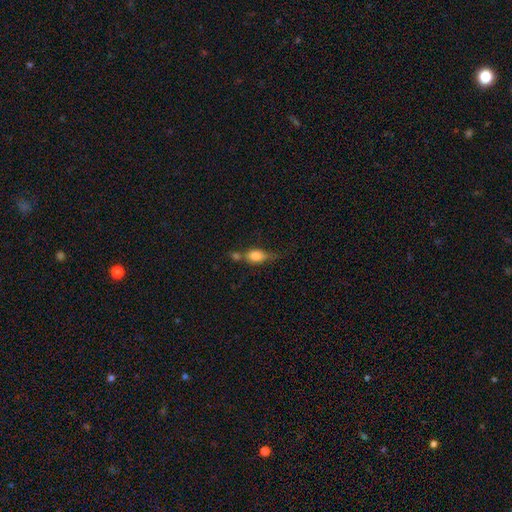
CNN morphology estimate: A smooth galaxy with no disk features (72%) that is in between round and cigar-shaped (70%). Merging: none (35%).